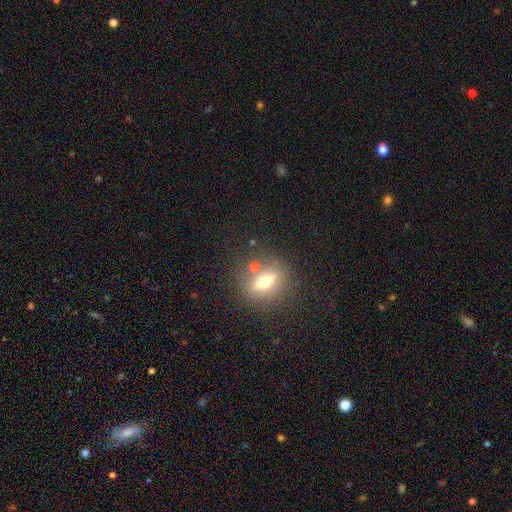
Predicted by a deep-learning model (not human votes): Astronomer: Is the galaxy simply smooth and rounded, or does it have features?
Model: smooth — 49% (runner-up: star or artifact, 27%).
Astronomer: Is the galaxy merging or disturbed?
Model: none — 69%.